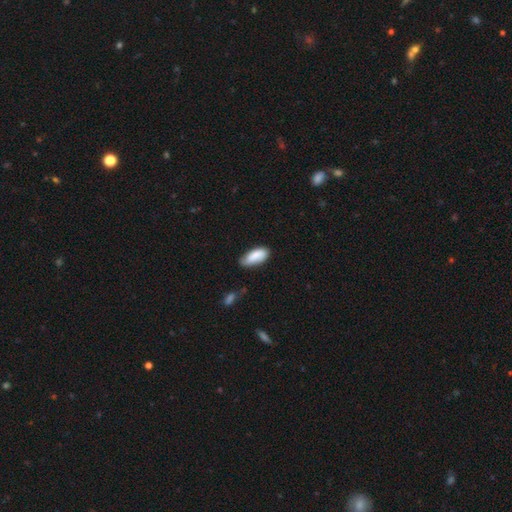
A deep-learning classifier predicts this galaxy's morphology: This appears to be a smooth galaxy with no disk features (80%) that is in between round and cigar-shaped (84%). Merging: none (67%).